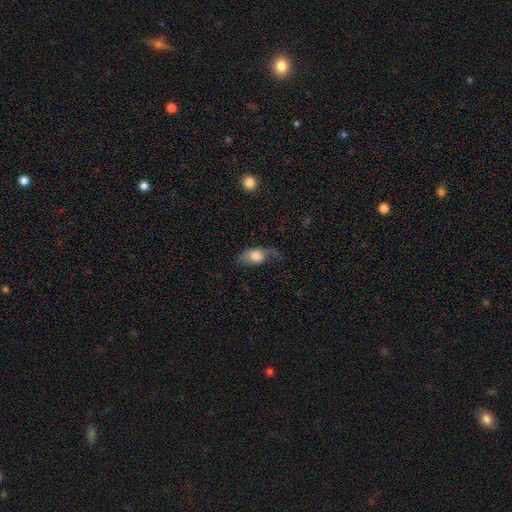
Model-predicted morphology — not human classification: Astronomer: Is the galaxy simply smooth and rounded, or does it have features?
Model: smooth — 63%.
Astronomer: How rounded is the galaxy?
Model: in between — 80%.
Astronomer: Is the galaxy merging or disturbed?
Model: major disturbance — 39% (runner-up: none, 32%).